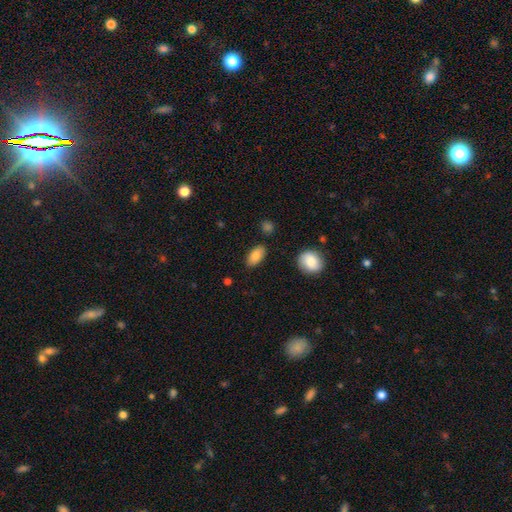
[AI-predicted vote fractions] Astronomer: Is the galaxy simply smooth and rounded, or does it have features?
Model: smooth — 86%.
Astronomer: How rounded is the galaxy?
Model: in between — 92%.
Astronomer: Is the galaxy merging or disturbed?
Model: none — 85%.